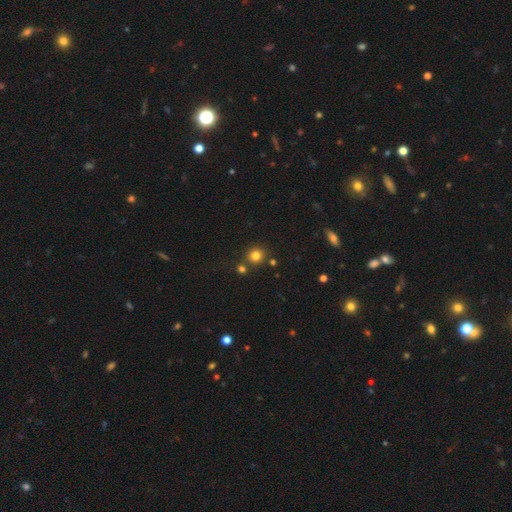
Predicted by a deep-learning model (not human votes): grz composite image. It shows a smooth galaxy with no disk features (80%) that is round (88%). Merging: none (77%).